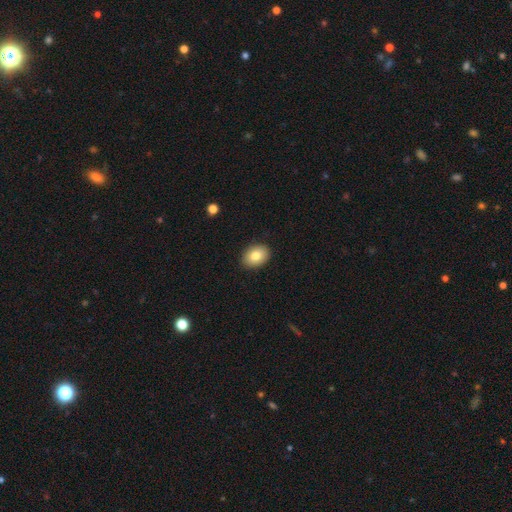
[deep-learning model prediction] This appears to be a smooth galaxy with no disk features (82%) that is in between round and cigar-shaped (73%). Merging: none (90%).